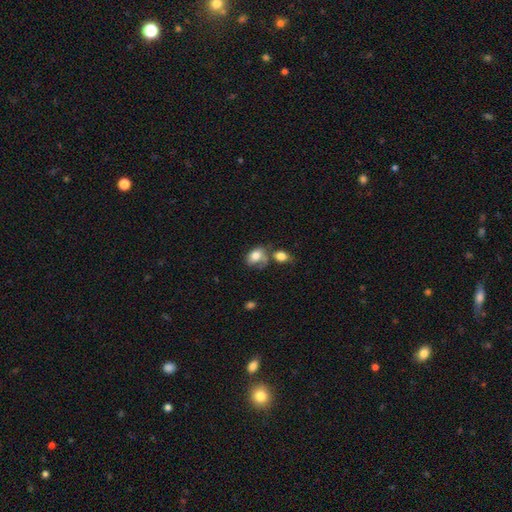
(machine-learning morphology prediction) Overall: smooth (77%). How rounded: in between (76%). Merging: merger (35%; none 34%).